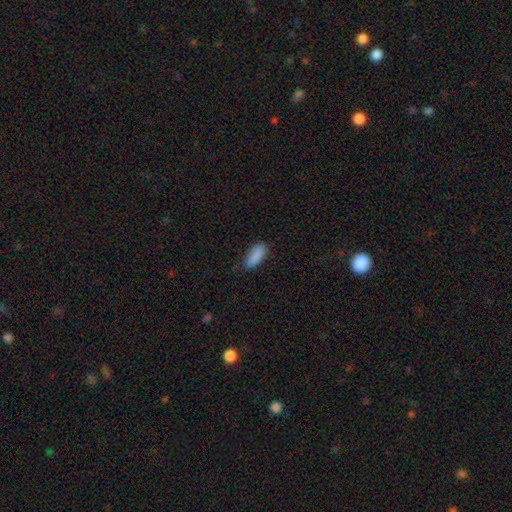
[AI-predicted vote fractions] This is clearly a smooth galaxy (88%). How rounded: likely in between (75%). Merging: likely none (74%).